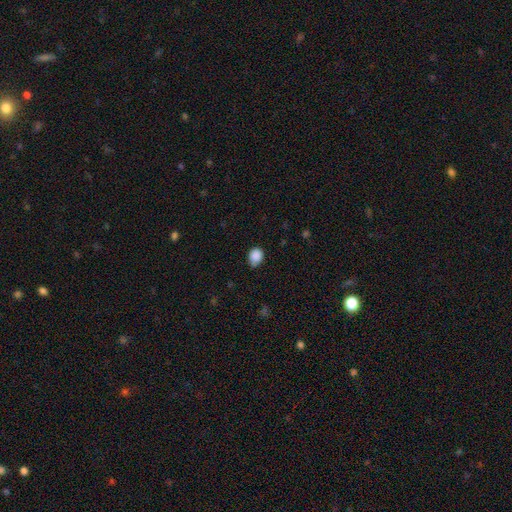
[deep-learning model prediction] Smooth or featured: smooth — 88% (star or artifact — 9%)
How rounded: round — 56% (in between — 43%)
Merging: none — 64% (minor disturbance — 31%)